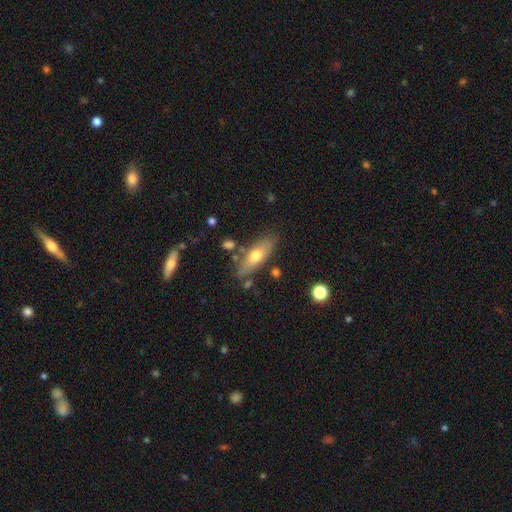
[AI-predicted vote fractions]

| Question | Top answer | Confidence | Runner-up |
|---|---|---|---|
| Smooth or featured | smooth | 61% | featured or disk (32%) |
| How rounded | in between | 60% | cigar-shaped (37%) |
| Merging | none | 76% | minor disturbance (14%) |